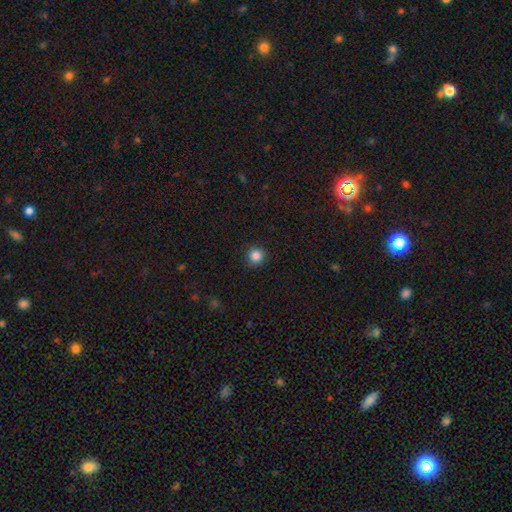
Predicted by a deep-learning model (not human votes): Morphology: type=smooth (85%); roundness=round (94%); merging=none (89%).